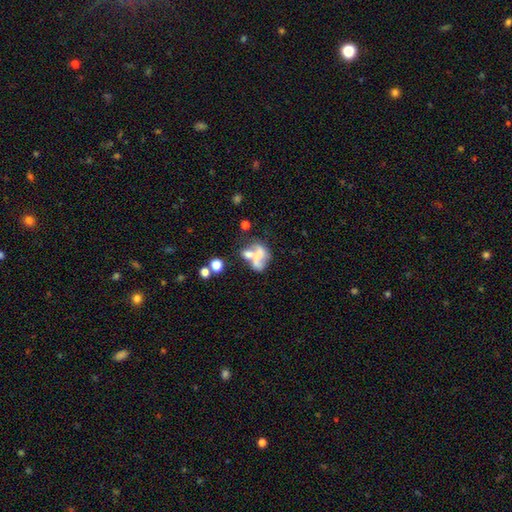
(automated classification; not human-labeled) A featured or disk galaxy (50%).

Vote fractions:
- Smooth or featured? featured or disk: 50% / smooth: 36% / star or artifact: 13%
- Edge-on disk? no: 97% / yes: 3%
- Merging? merger: 44% / major disturbance: 22% / none: 22% / minor disturbance: 13%